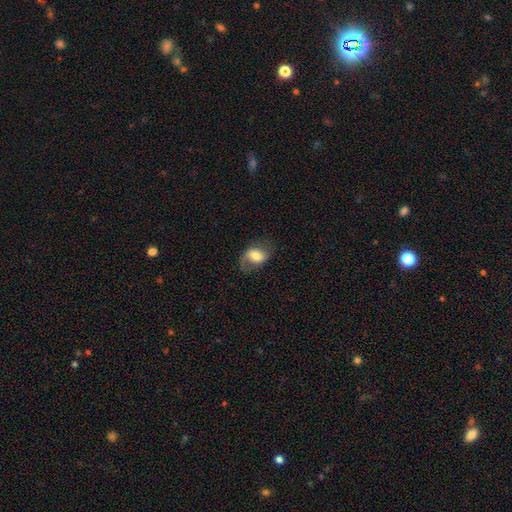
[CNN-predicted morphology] Smooth or featured? smooth (50%)
Merging? none (57%)